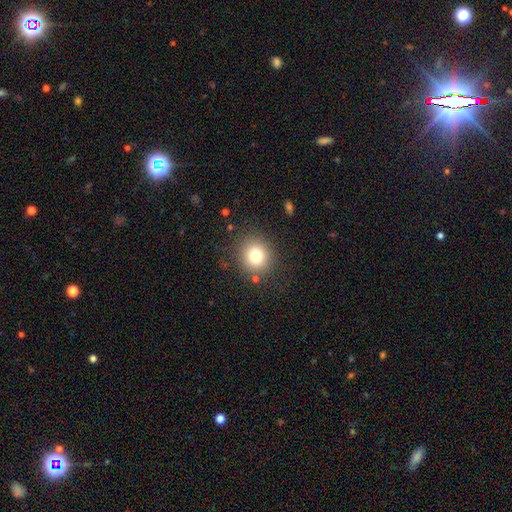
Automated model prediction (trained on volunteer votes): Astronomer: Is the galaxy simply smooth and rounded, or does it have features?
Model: smooth — 78%.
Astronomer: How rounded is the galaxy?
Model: round — 89%.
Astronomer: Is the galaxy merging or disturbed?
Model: none — 86%.